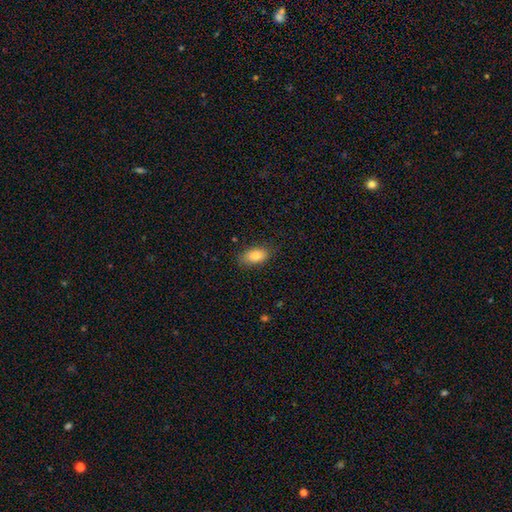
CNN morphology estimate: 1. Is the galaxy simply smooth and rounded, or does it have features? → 86% smooth, 7% star or artifact, 7% featured or disk.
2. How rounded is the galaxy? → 91% in between, 5% cigar-shaped, 4% round.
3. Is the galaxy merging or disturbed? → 82% none, 13% minor disturbance, 3% major disturbance, 1% merger.